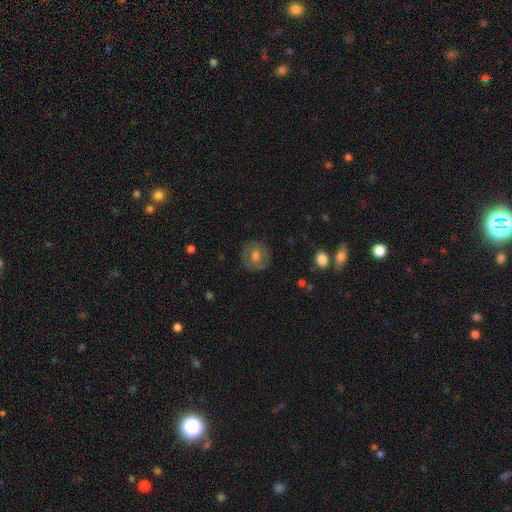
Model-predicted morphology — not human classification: Smooth or featured: smooth — 51% (featured or disk — 39%)
How rounded: round — 88% (in between — 11%)
Merging: none — 84% (minor disturbance — 11%)